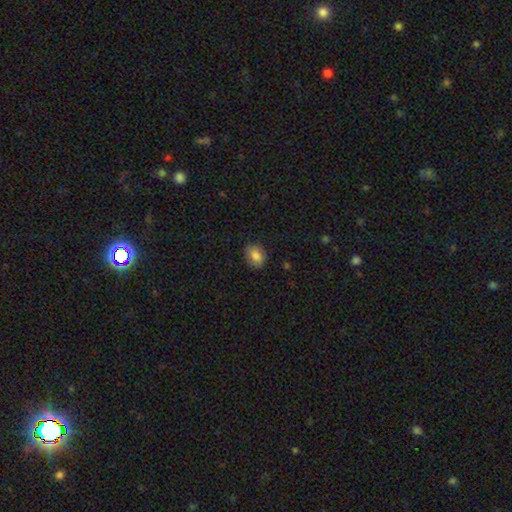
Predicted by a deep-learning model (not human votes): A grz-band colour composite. It shows a smooth galaxy with no disk features (84%) that is in between round and cigar-shaped (57%). Merging: none (84%).